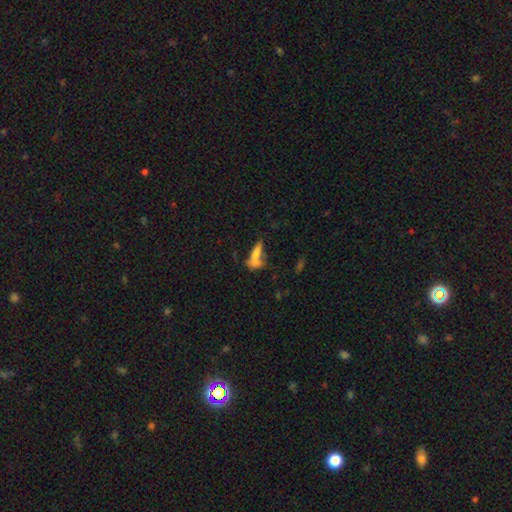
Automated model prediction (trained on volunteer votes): Overall: smooth (60%; featured or disk 27%). How rounded: cigar-shaped (56%; in between 39%). Merging: none (36%; merger 34%).